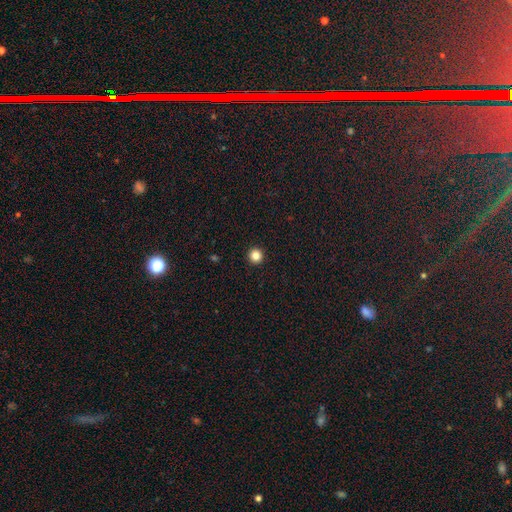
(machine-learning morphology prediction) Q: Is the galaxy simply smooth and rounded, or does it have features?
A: smooth — 84%.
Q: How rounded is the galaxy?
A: round — 96%.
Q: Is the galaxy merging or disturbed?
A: none — 94%.